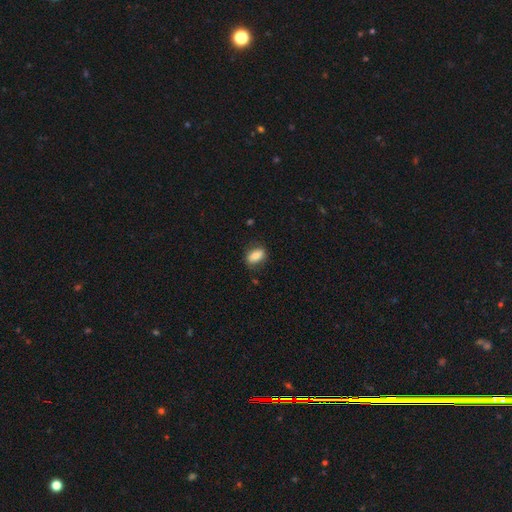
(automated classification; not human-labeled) The model was most divided on "merging": none: 75%, minor disturbance: 18%, major disturbance: 5%, merger: 2%. More confident: how rounded — in between (84%); smooth or featured — smooth (79%).